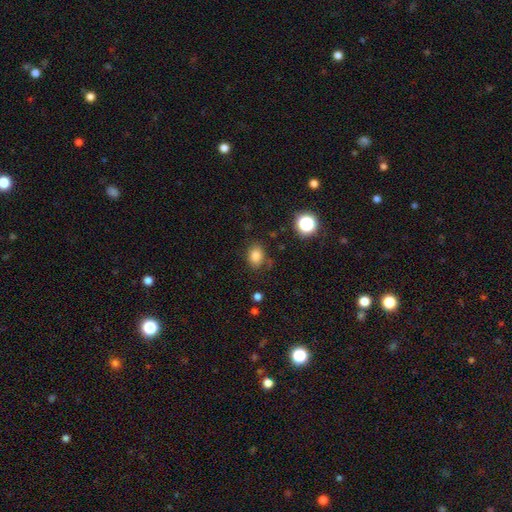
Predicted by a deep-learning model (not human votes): A smooth galaxy with no disk features (82%) that is in between round and cigar-shaped (57%). Merging: none (78%).